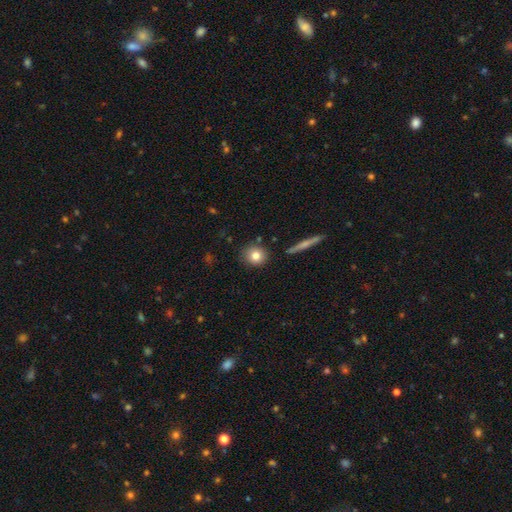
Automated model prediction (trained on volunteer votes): A smooth galaxy with no disk features (80%) that is round (86%).

Vote fractions:
- Smooth or featured? smooth: 80% / featured or disk: 11% / star or artifact: 9%
- How rounded? round: 86% / in between: 13% / cigar-shaped: 2%
- Merging? none: 85% / minor disturbance: 9% / merger: 4% / major disturbance: 2%